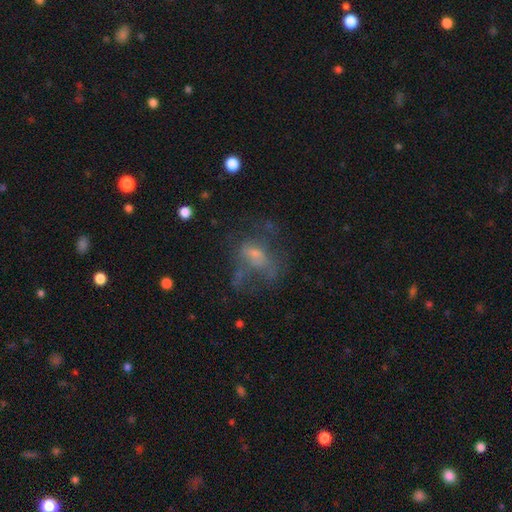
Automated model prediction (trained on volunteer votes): smooth-or-featured: featured or disk: 44% | smooth: 39% | star or artifact: 18%
  merging: major disturbance: 43% | none: 32% | minor disturbance: 17% | merger: 7%